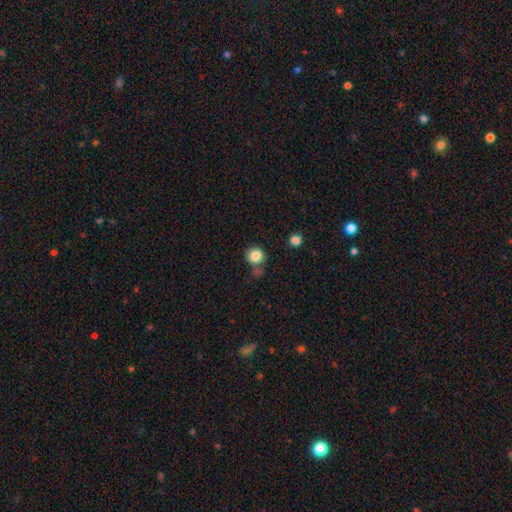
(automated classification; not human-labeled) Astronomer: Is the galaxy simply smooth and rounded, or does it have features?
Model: smooth — 84%.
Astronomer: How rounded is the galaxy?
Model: round — 92%.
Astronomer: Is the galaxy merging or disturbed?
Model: none — 72%.